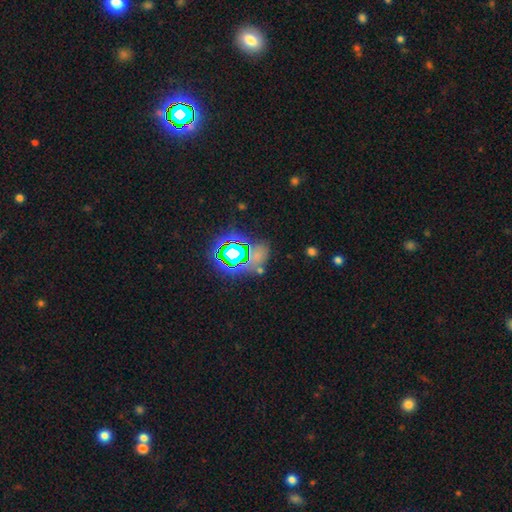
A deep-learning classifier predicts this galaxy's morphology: A star or artifact, not a galaxy (54%).